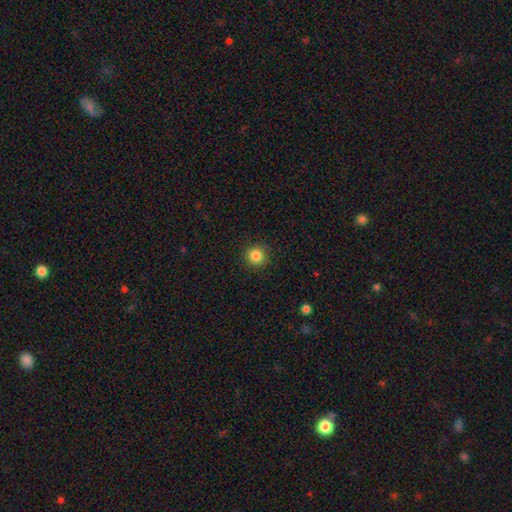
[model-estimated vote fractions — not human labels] smooth_or_featured: smooth (p=0.84) [alt: star or artifact p=0.11]
how_rounded: round (p=0.95) [alt: in between p=0.04]
merging: none (p=0.91) [alt: minor disturbance p=0.06]